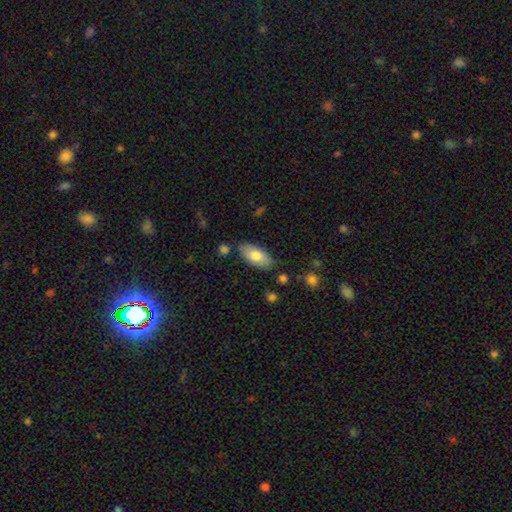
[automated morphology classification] Smooth or featured?
  - smooth: 79% *
  - featured or disk: 16%
  - star or artifact: 6%
How rounded?
  - in between: 92% *
  - cigar-shaped: 6%
  - round: 2%
Merging?
  - none: 82% *
  - minor disturbance: 13%
  - merger: 3%
  - major disturbance: 3%